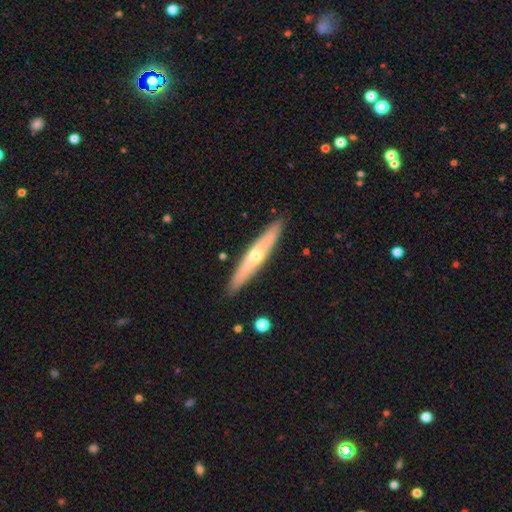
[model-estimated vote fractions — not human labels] smooth_or_featured: featured or disk (p=0.55) [alt: smooth p=0.39]
disk_edge_on: yes (p=0.89) [alt: no p=0.11]
merging: none (p=0.91) [alt: minor disturbance p=0.07]